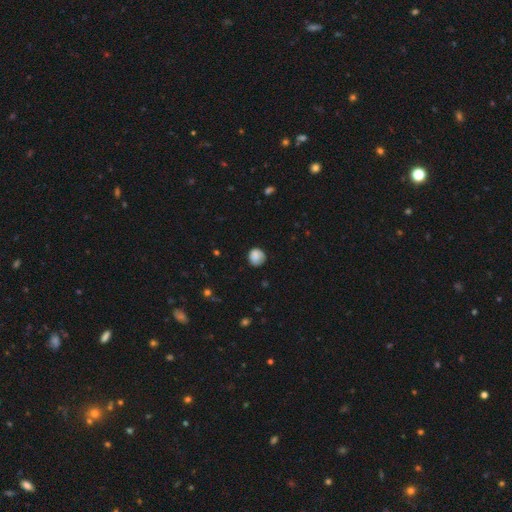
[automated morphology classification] Smooth or featured? Predicted: smooth (p=0.85). How rounded? Predicted: round (p=0.86). Merging? Predicted: none (p=0.74).